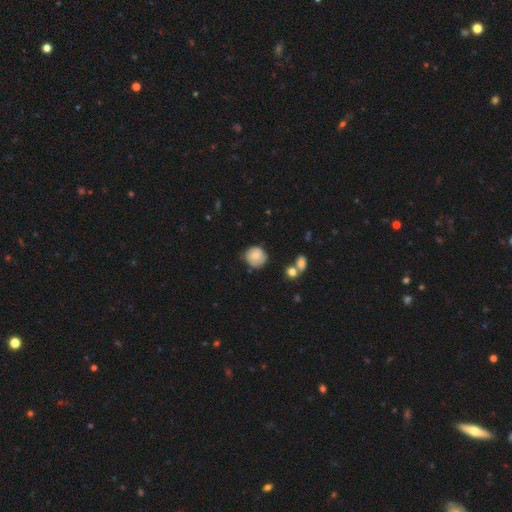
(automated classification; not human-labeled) Smooth or featured? Predicted: smooth (p=0.74). How rounded? Predicted: round (p=0.88). Merging? Predicted: none (p=0.67).